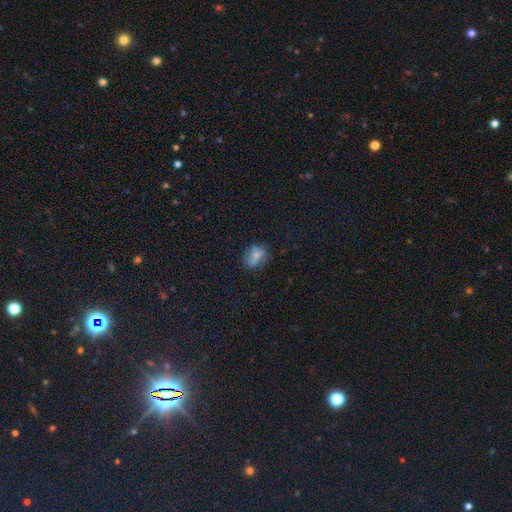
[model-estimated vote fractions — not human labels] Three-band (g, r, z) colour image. It shows a smooth galaxy with no disk features (63%) that is in between round and cigar-shaped (64%). Merging: none (60%).